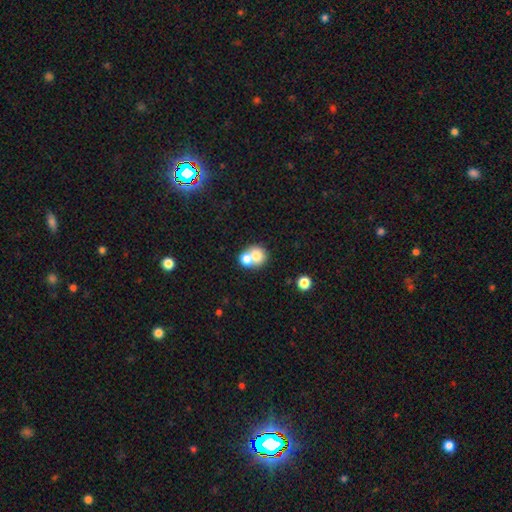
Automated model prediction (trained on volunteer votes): Overall: smooth (72%). How rounded: round (77%). Merging: merger (62%; none 30%).